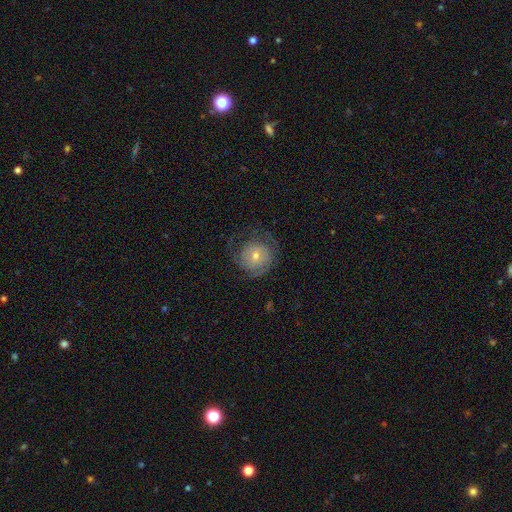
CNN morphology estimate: smooth_or_featured: featured or disk (p=0.60) [alt: smooth p=0.32]
disk_edge_on: no (p=0.97) [alt: yes p=0.03]
bar: no (p=0.78) [alt: weak p=0.18]
has_spiral_arms: yes (p=0.81) [alt: no p=0.19]
bulge_size: small (p=0.52) [alt: moderate p=0.42]
merging: none (p=0.65) [alt: minor disturbance p=0.18]